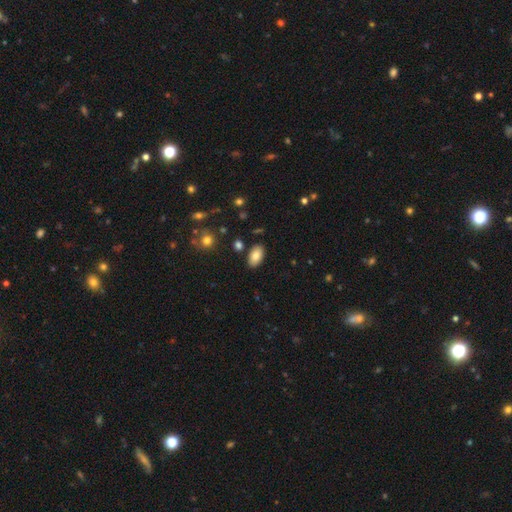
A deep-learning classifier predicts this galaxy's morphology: Smooth or featured? smooth (82%)
How rounded? in between (94%)
Merging? none (86%)